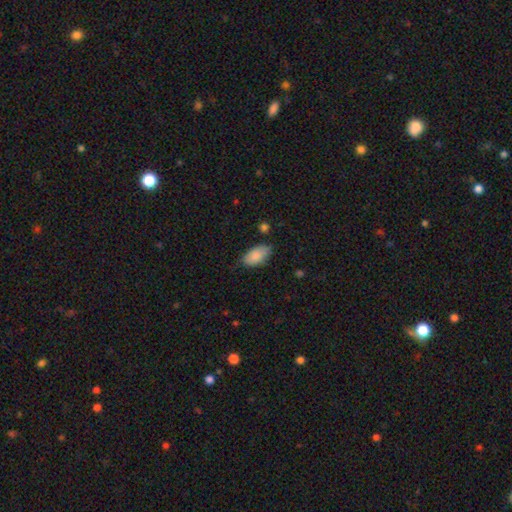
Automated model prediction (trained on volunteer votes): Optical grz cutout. It shows a smooth galaxy with no disk features (86%) that is in between round and cigar-shaped (94%). Merging: none (74%).